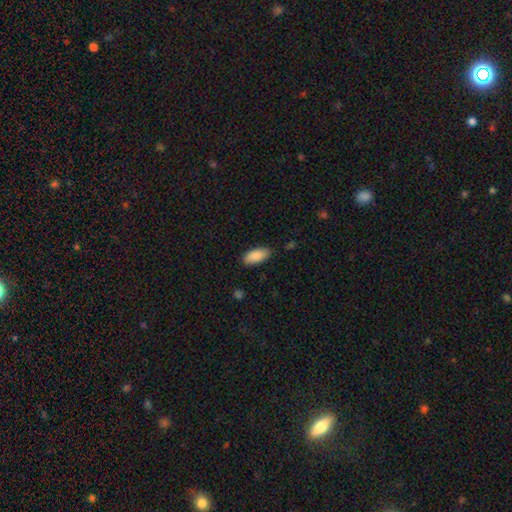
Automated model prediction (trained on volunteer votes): Smooth or featured: smooth — 89% (star or artifact — 6%)
How rounded: in between — 89% (cigar-shaped — 9%)
Merging: none — 84% (minor disturbance — 12%)